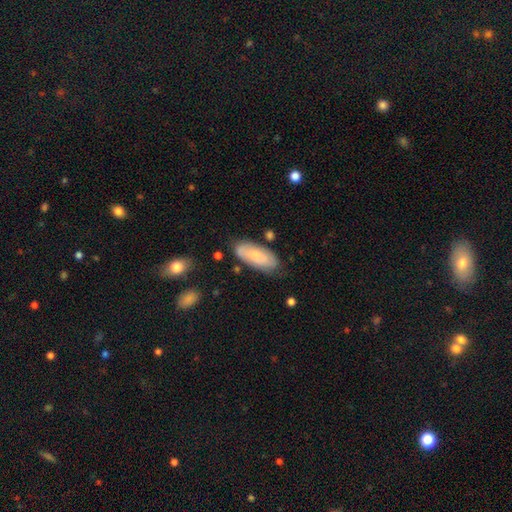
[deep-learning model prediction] A smooth galaxy with no disk features (71%) that is in between round and cigar-shaped (82%). Merging: none (77%).